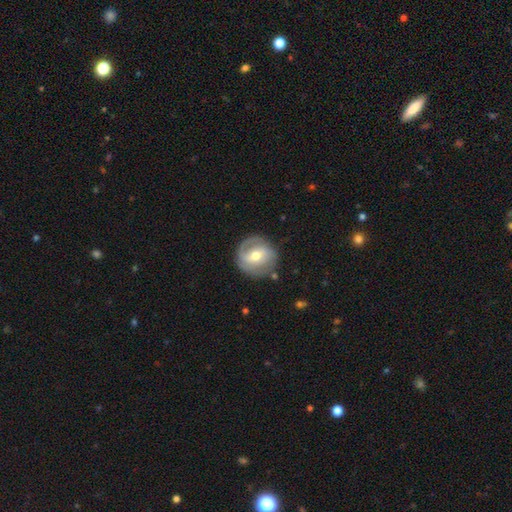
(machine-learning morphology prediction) This is likely a featured or disk galaxy (66%). It is clearly not viewed edge-on (97%). Bar: possibly weak (48%). Spiral arm pattern: likely yes (80%). Spiral arm count: likely 2 (62%). Spiral winding: marginally tight (42%). Central bulge: likely moderate (70%). Merging: likely none (77%).